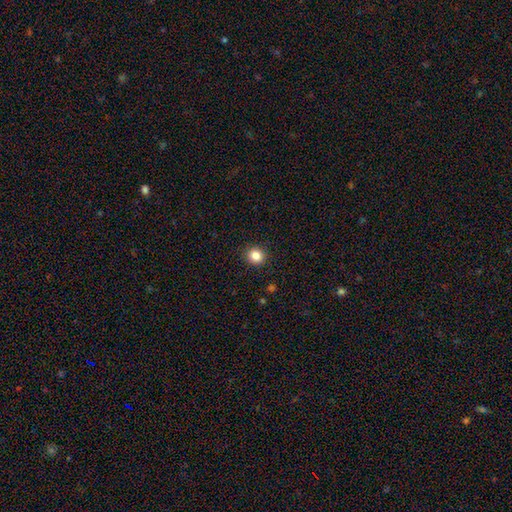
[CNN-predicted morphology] Smooth or featured? Predicted: smooth (p=0.85). How rounded? Predicted: round (p=0.88). Merging? Predicted: none (p=0.92).